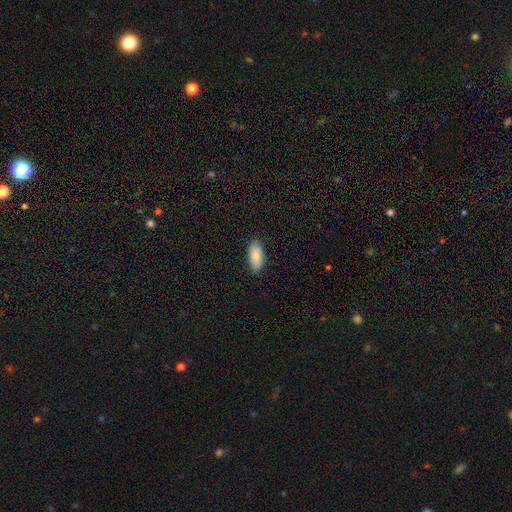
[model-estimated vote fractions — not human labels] Smooth or featured? Predicted: smooth (p=0.82). How rounded? Predicted: in between (p=0.91). Merging? Predicted: none (p=0.83).